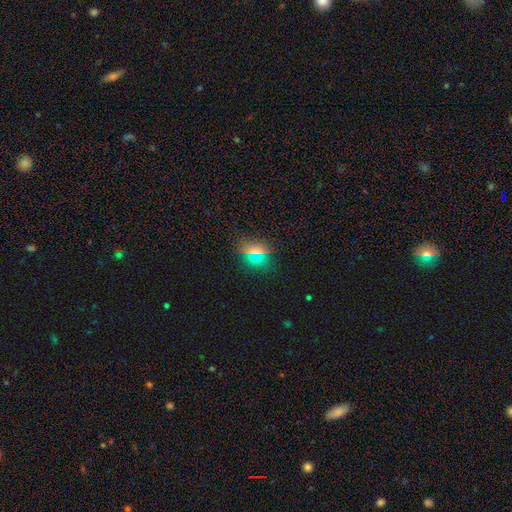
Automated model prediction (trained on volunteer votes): smooth-or-featured: smooth: 63% | star or artifact: 26% | featured or disk: 10%
  how-rounded: round: 56% | in between: 38% | cigar-shaped: 5%
  merging: none: 85% | minor disturbance: 9% | major disturbance: 4% | merger: 3%